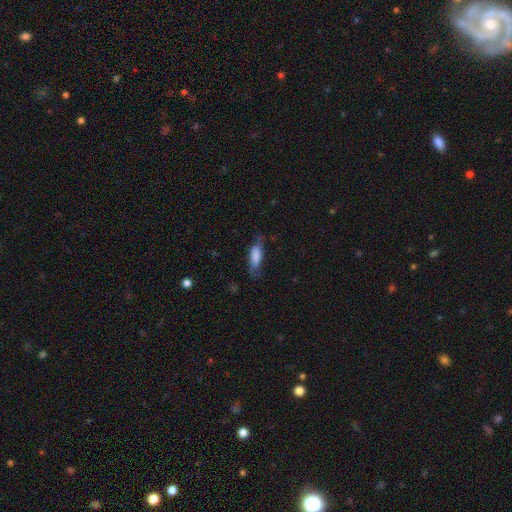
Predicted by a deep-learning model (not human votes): smooth-or-featured: smooth: 72% | featured or disk: 22% | star or artifact: 7%
  how-rounded: in between: 66% | cigar-shaped: 32% | round: 2%
  merging: none: 65% | minor disturbance: 24% | major disturbance: 10% | merger: 2%